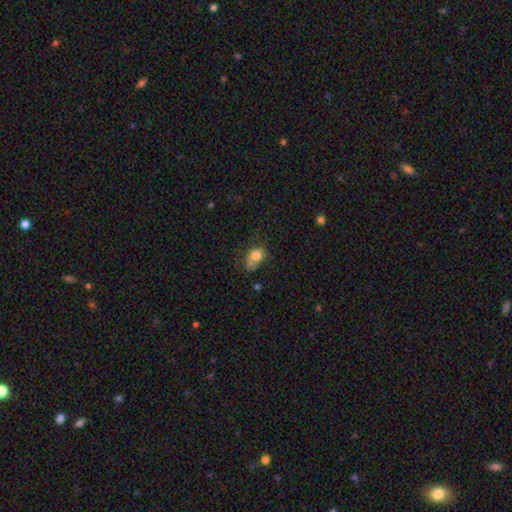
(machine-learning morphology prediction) A smooth galaxy with no disk features (78%) that is in between round and cigar-shaped (64%).

Vote fractions:
- Smooth or featured? smooth: 78% / featured or disk: 12% / star or artifact: 10%
- How rounded? in between: 64% / round: 34% / cigar-shaped: 2%
- Merging? minor disturbance: 37% (tied) / none: 37% (tied) / major disturbance: 22% / merger: 4%